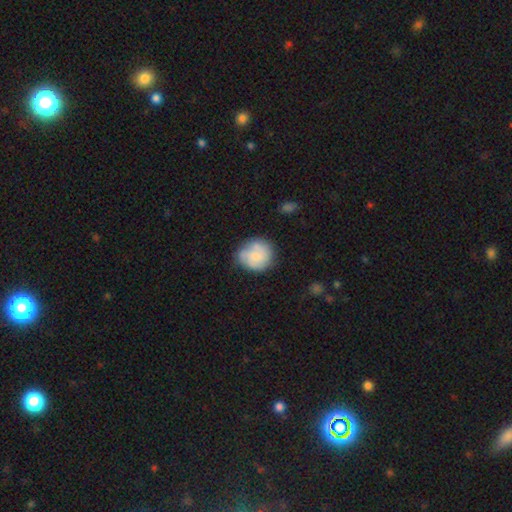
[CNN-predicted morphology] Smooth or featured? Predicted: smooth (p=0.57). How rounded? Predicted: round (p=0.81). Merging? Predicted: none (p=0.63).